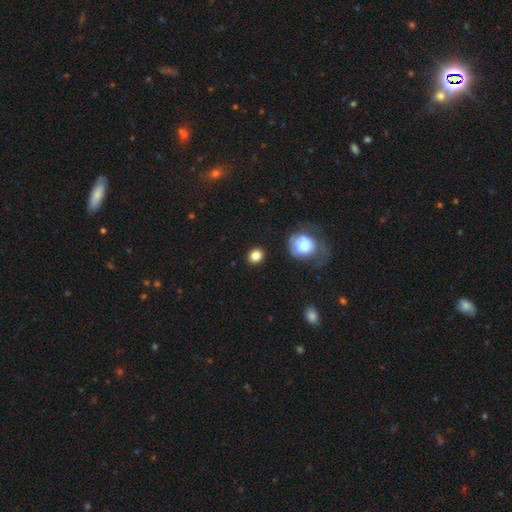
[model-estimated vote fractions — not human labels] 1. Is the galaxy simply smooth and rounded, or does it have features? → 84% smooth, 10% star or artifact, 5% featured or disk.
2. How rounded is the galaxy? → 69% round, 29% in between, 1% cigar-shaped.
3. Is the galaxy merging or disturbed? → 87% none, 8% minor disturbance, 2% major disturbance, 2% merger.